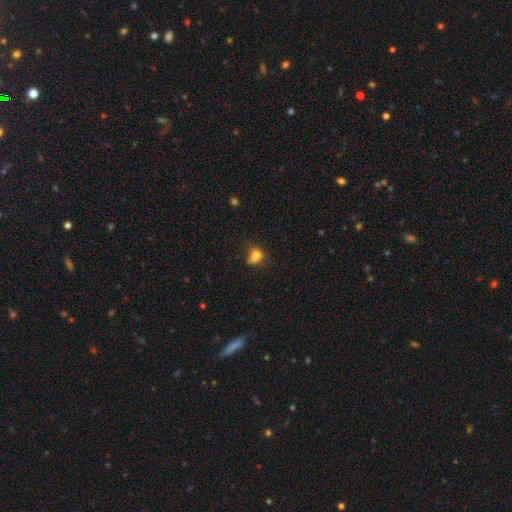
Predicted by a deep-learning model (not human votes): smooth 76%, star or artifact 12%, featured or disk 12%. Down the decision tree: how rounded — in between (62%); merging — none (33%).